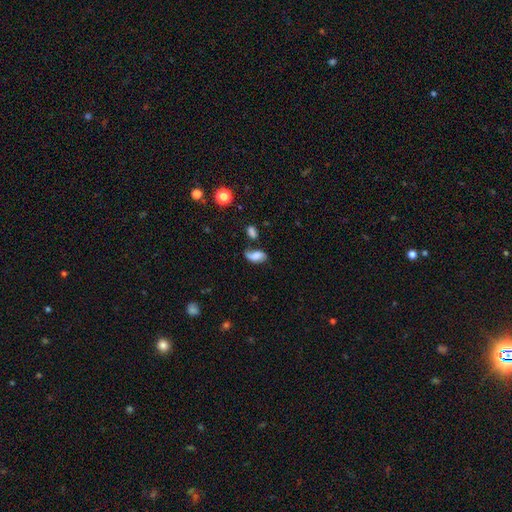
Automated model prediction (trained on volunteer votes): Smooth or featured? smooth (57%)
How rounded? in between (89%)
Merging? none (45%)